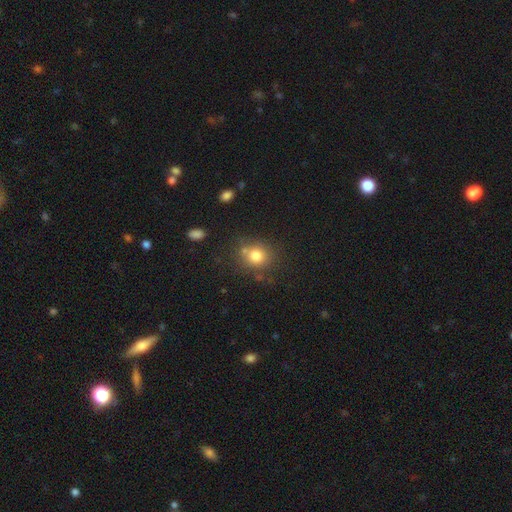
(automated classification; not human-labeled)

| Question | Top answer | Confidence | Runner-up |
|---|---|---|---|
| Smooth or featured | smooth | 79% | star or artifact (12%) |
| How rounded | round | 76% | in between (23%) |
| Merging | none | 70% | minor disturbance (14%) |